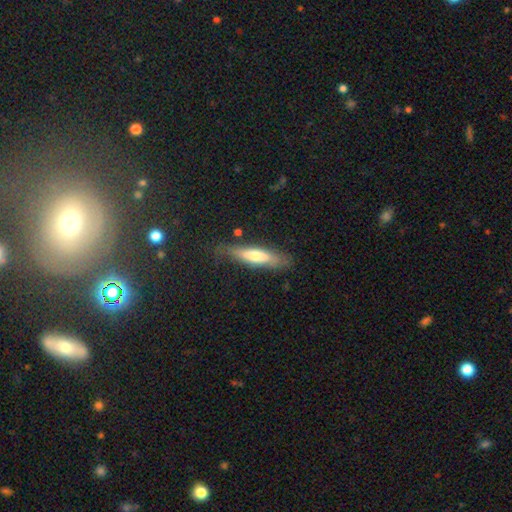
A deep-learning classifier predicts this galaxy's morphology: Smooth or featured? Predicted: smooth (p=0.57). How rounded? Predicted: cigar-shaped (p=0.75). Merging? Predicted: none (p=0.75).